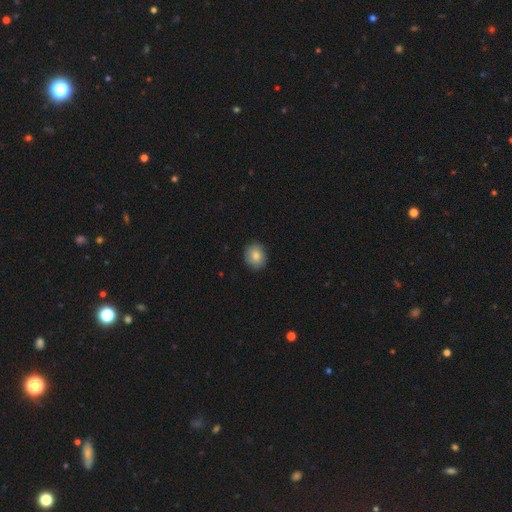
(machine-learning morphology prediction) This appears to be a smooth galaxy with no disk features (83%) that is round (68%). Merging: none (88%).